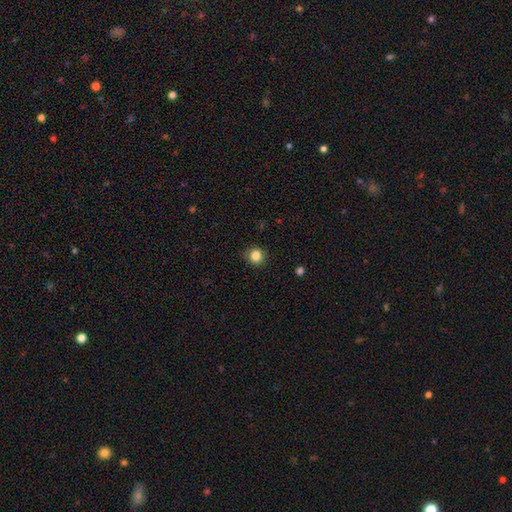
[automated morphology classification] Q: Smooth or featured?
A: smooth (84%); runner-up: star or artifact (11%)
Q: How rounded?
A: round (88%); runner-up: in between (11%)
Q: Merging?
A: none (89%); runner-up: minor disturbance (8%)